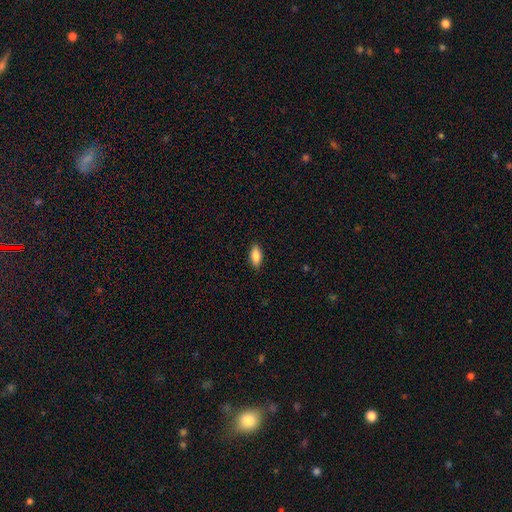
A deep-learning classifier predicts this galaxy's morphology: Smooth or featured?
  - smooth: 86% *
  - featured or disk: 8%
  - star or artifact: 7%
How rounded?
  - in between: 85% *
  - cigar-shaped: 12%
  - round: 3%
Merging?
  - none: 87% *
  - minor disturbance: 10%
  - major disturbance: 2%
  - merger: 1%